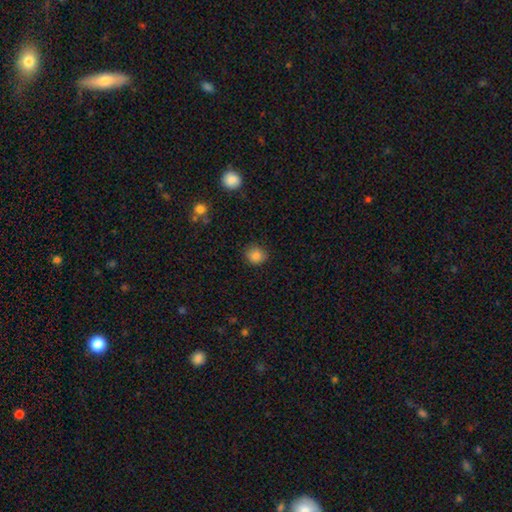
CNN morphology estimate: Smooth or featured? Predicted: smooth (p=0.85). How rounded? Predicted: round (p=0.84). Merging? Predicted: none (p=0.84).